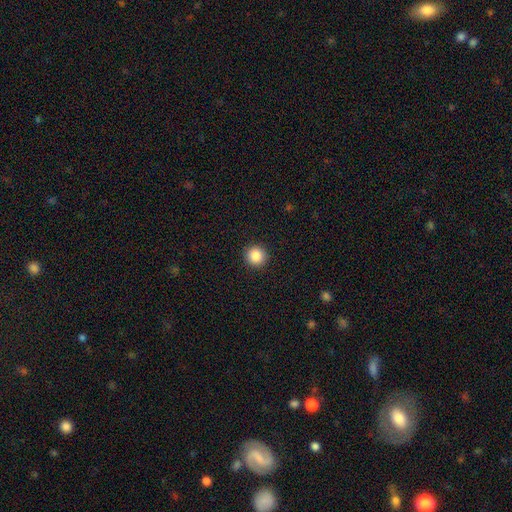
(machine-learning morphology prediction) Smooth or featured: smooth — 87% (star or artifact — 9%)
How rounded: round — 95% (in between — 4%)
Merging: none — 93% (minor disturbance — 4%)